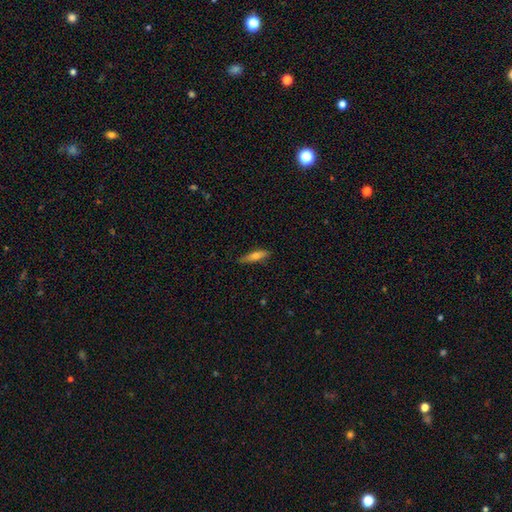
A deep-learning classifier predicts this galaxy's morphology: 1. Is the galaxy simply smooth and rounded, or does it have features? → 64% smooth, 30% featured or disk, 6% star or artifact.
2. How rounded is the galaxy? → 72% cigar-shaped, 26% in between, 2% round.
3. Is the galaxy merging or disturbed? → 81% none, 15% minor disturbance, 2% major disturbance, 1% merger.